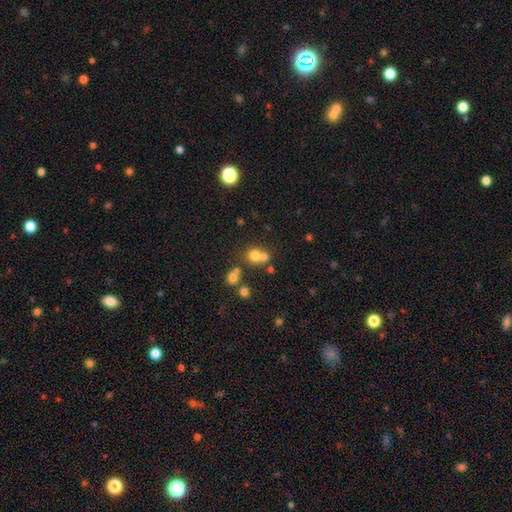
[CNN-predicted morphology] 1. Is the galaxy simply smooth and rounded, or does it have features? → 69% smooth, 17% star or artifact, 14% featured or disk.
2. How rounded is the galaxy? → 80% round, 19% in between, 1% cigar-shaped.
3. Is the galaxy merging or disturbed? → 46% merger, 43% none, 8% minor disturbance, 4% major disturbance.